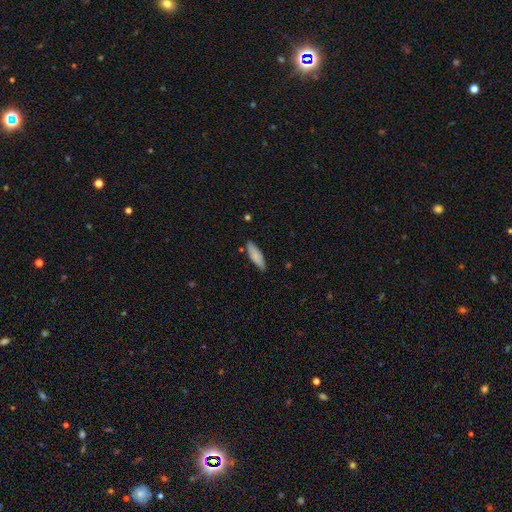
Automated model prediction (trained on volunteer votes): Smooth or featured?
  - smooth: 79% *
  - featured or disk: 15%
  - star or artifact: 6%
How rounded?
  - in between: 55% *
  - cigar-shaped: 44%
  - round: 2%
Merging?
  - none: 78% *
  - minor disturbance: 17%
  - major disturbance: 3%
  - merger: 3%